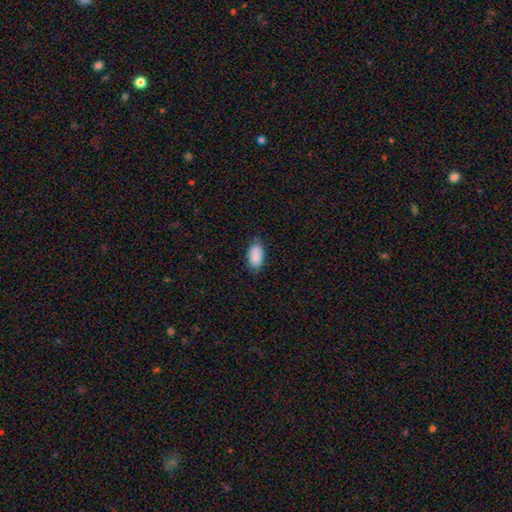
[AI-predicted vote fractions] This appears to be a smooth galaxy with no disk features (87%) that is in between round and cigar-shaped (94%). Merging: none (74%).